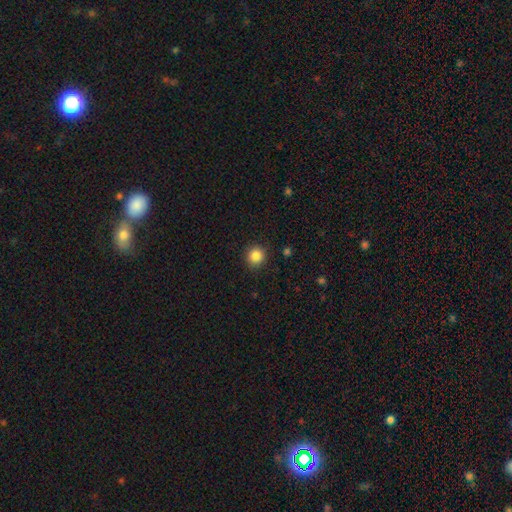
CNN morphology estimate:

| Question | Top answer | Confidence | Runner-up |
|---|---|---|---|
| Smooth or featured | smooth | 86% | star or artifact (10%) |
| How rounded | round | 93% | in between (6%) |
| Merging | none | 90% | minor disturbance (7%) |